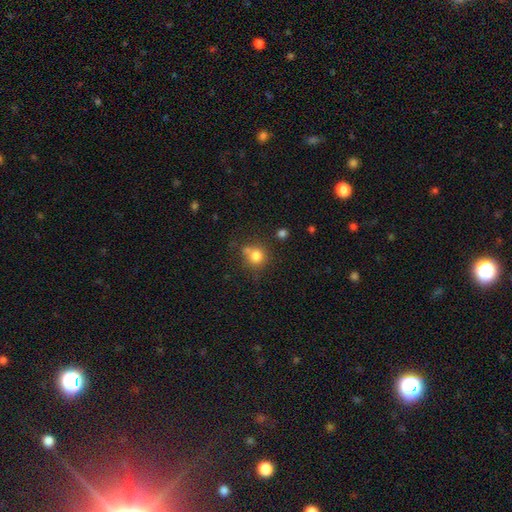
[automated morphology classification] Smooth or featured? Predicted: smooth (p=0.78). How rounded? Predicted: round (p=0.88). Merging? Predicted: none (p=0.60).